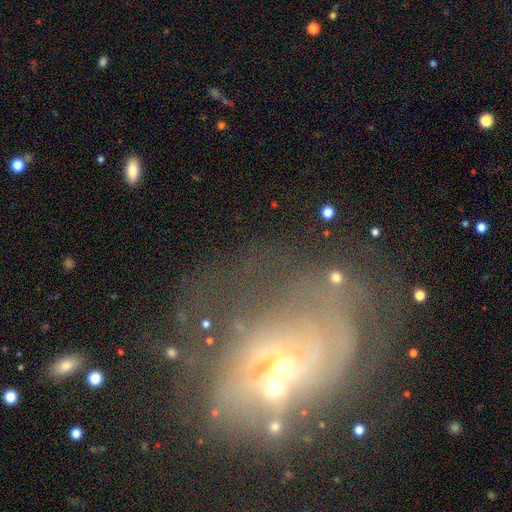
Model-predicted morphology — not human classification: Smooth or featured? Predicted: featured or disk (p=0.74). Edge-on disk? Predicted: no (p=0.97). Bar? Predicted: no (p=0.67). Spiral arms? Predicted: yes (p=0.78). Spiral winding? Predicted: tight (p=0.43). Spiral arm count? Predicted: 2 (p=0.36, tied with can't tell). Bulge size? Predicted: small (p=0.67). Merging? Predicted: none (p=0.45).